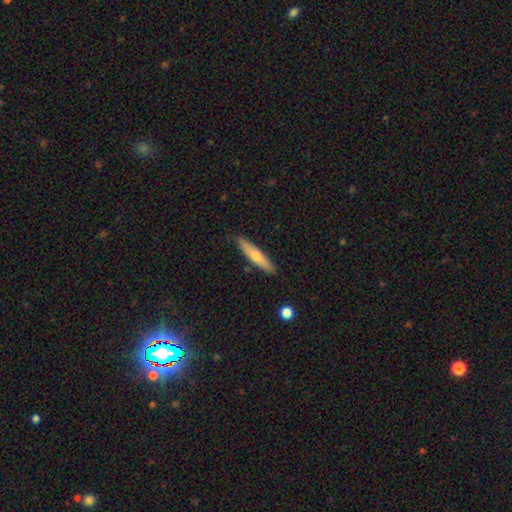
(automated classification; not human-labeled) The model was most divided on "smooth or featured": smooth: 51%, featured or disk: 41%, star or artifact: 8%. More confident: merging — none (89%); how rounded — cigar-shaped (88%).